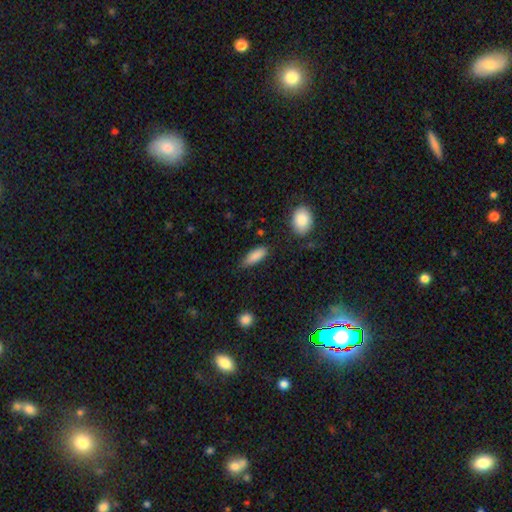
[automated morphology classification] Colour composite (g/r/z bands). It shows a smooth galaxy with no disk features (86%) that is in between round and cigar-shaped (71%). Merging: none (67%).